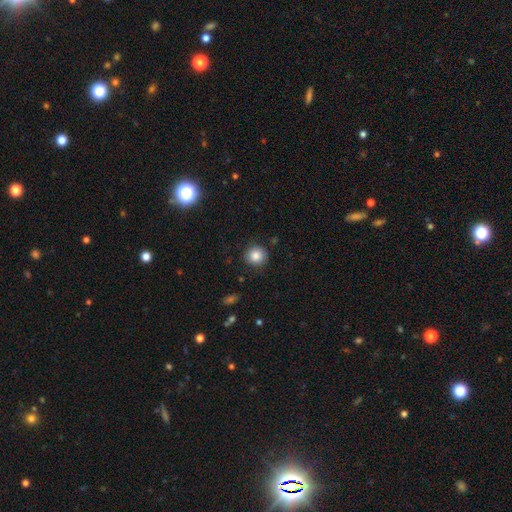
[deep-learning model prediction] Morphology: type=smooth (84%); roundness=round (90%); merging=none (85%).